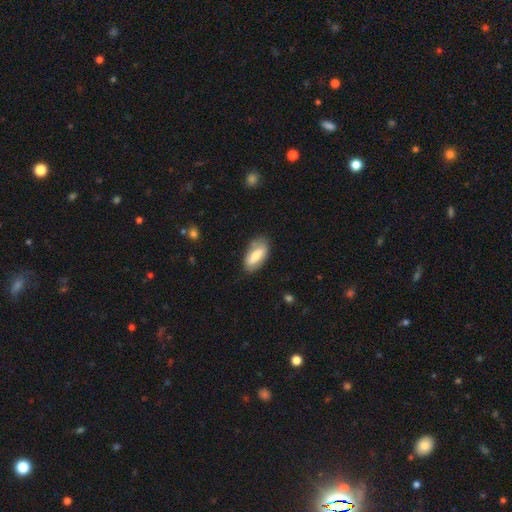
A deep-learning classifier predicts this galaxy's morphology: smooth_or_featured: smooth (p=0.64) [alt: featured or disk p=0.30]
how_rounded: in between (p=0.89) [alt: cigar-shaped p=0.09]
merging: none (p=0.75) [alt: minor disturbance p=0.18]